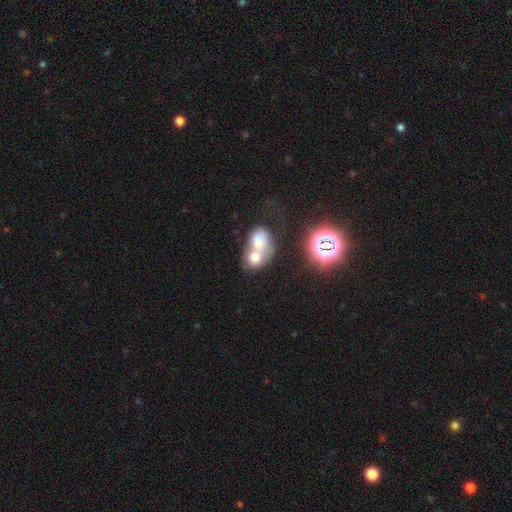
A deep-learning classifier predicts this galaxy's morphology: smooth-or-featured: smooth: 59% | featured or disk: 24% | star or artifact: 17%
  how-rounded: in between: 55% | round: 44% | cigar-shaped: 1%
  merging: merger: 73% | none: 15% | minor disturbance: 6% | major disturbance: 6%